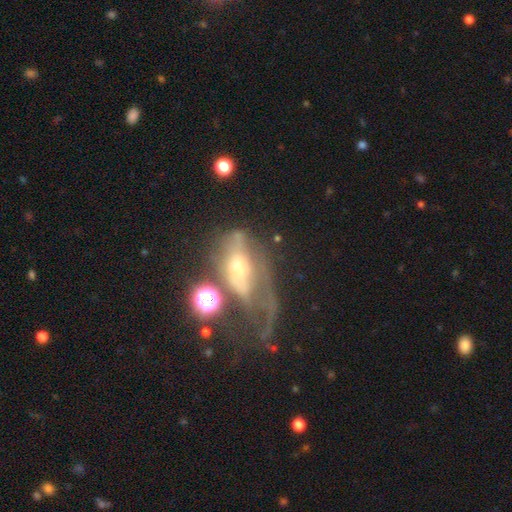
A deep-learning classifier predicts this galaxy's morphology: smooth_or_featured: featured or disk (p=0.62) [alt: smooth p=0.24]
disk_edge_on: no (p=0.87) [alt: yes p=0.13]
bar: no (p=0.59) [alt: weak p=0.27]
has_spiral_arms: yes (p=0.55) [alt: no p=0.45]
bulge_size: moderate (p=0.52) [alt: small p=0.32]
merging: major disturbance (p=0.46) [alt: none p=0.21]